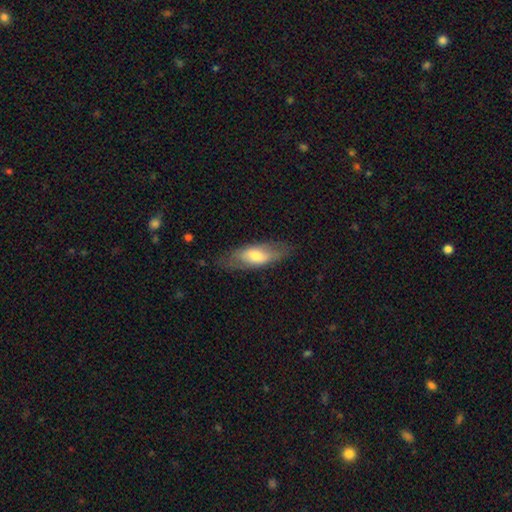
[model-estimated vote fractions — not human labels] This appears to be a smooth galaxy with no disk features (57%) that is in between round and cigar-shaped (73%). Merging: none (75%).